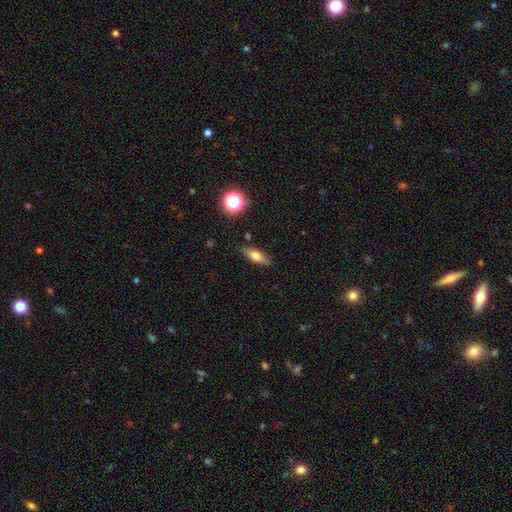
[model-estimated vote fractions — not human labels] A smooth galaxy with no disk features (64%) that is in between round and cigar-shaped (54%). Merging: none (83%).